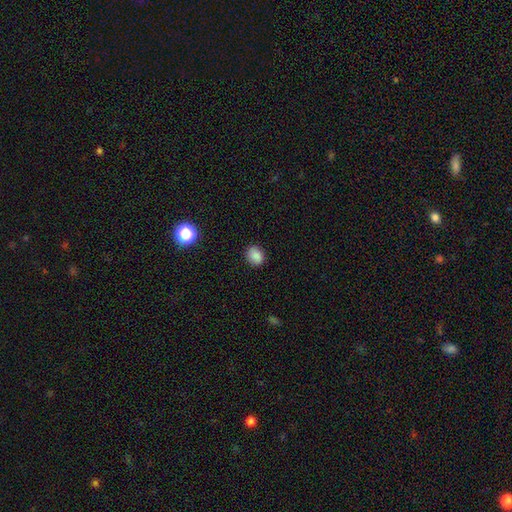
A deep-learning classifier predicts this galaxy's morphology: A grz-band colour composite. It shows a smooth galaxy with no disk features (86%) that is round (56%). Merging: none (86%).